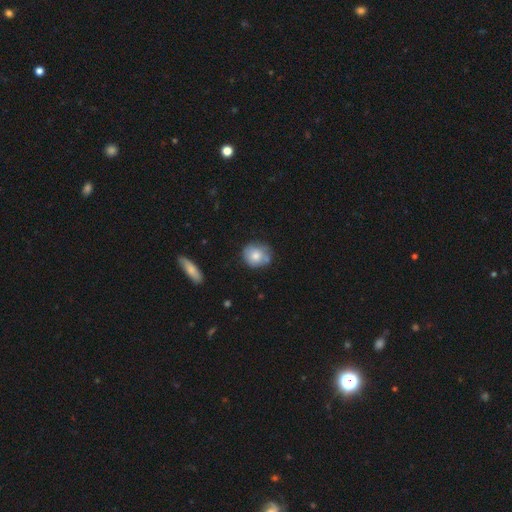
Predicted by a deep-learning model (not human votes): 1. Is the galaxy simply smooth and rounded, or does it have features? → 72% smooth, 20% featured or disk, 8% star or artifact.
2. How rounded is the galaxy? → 80% round, 19% in between, 1% cigar-shaped.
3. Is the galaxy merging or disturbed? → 62% none, 26% minor disturbance, 7% merger, 6% major disturbance.